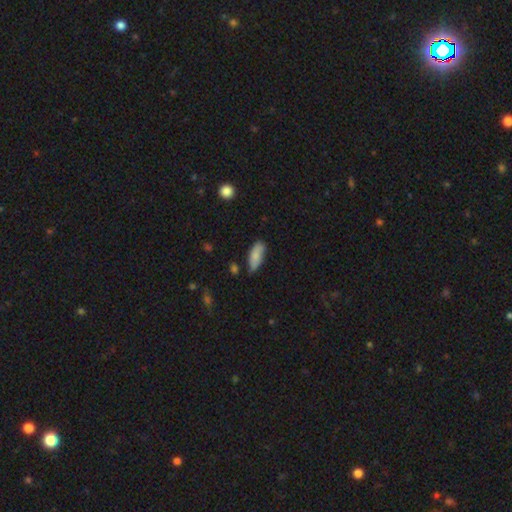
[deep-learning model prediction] smooth 81%, featured or disk 13%, star or artifact 7%. Down the decision tree: how rounded — in between (81%); merging — none (63%).